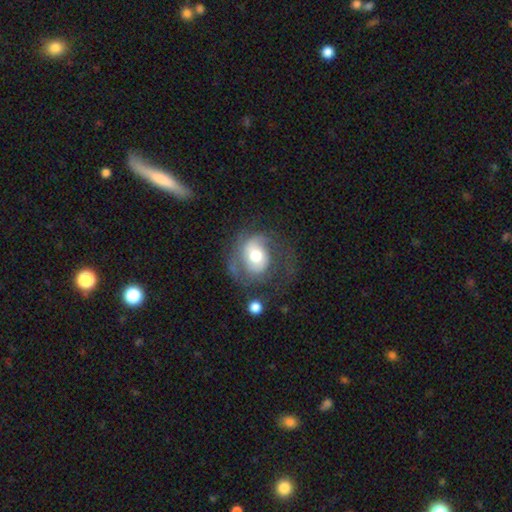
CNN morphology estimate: type=featured or disk (59%); edge-on=no (97%); bar=no (66%); spiral arms=yes (73%); bulge=moderate (65%); merging=none (42%).